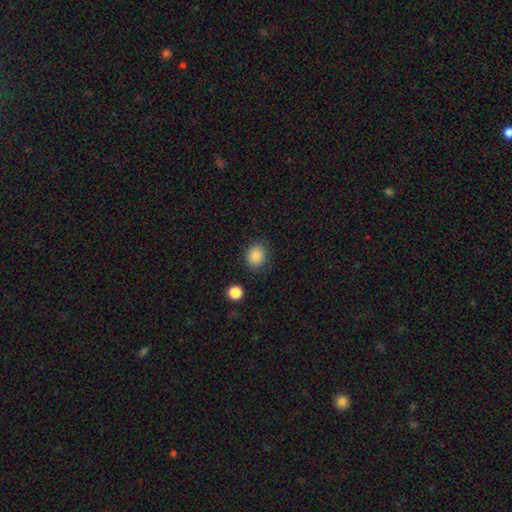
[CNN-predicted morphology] type=smooth (86%); roundness=round (69%); merging=none (84%).